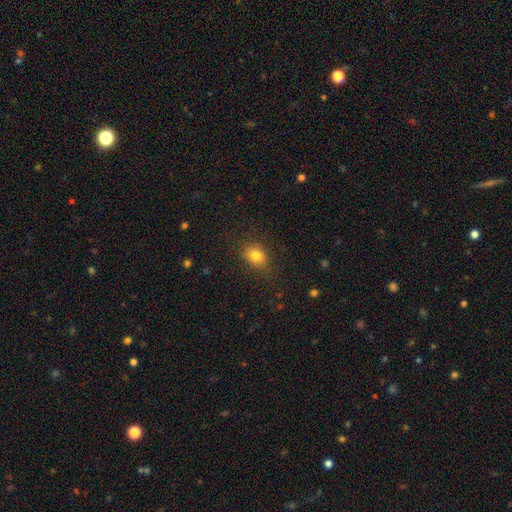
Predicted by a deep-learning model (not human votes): This appears to be a smooth galaxy with no disk features (80%) that is in between round and cigar-shaped (59%). Merging: none (79%).